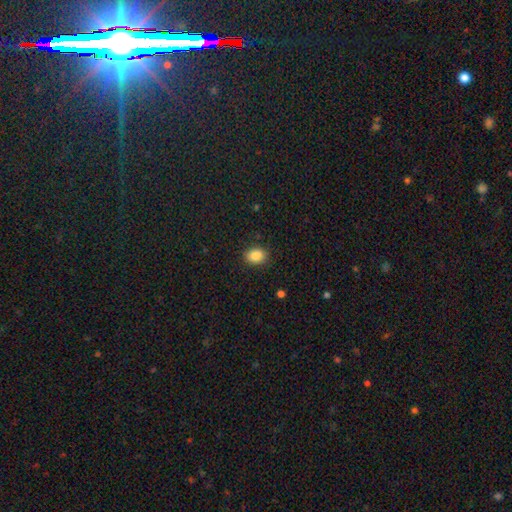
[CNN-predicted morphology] A smooth galaxy with no disk features (86%) that is in between round and cigar-shaped (62%). Merging: none (88%).